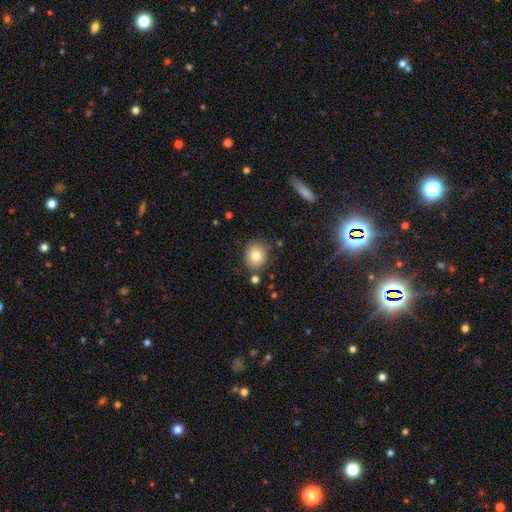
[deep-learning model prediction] A smooth galaxy with no disk features (79%) that is round (78%).

Vote fractions:
- Smooth or featured? smooth: 79% / featured or disk: 11% / star or artifact: 10%
- How rounded? round: 78% / in between: 22% / cigar-shaped: 1%
- Merging? none: 81% / minor disturbance: 11% / merger: 5% / major disturbance: 3%